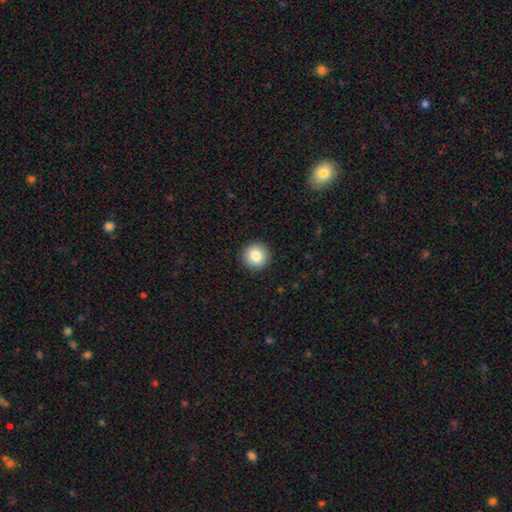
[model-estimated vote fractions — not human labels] Q: Smooth or featured?
A: smooth (85%); runner-up: star or artifact (9%)
Q: How rounded?
A: round (95%); runner-up: in between (4%)
Q: Merging?
A: none (93%); runner-up: minor disturbance (5%)